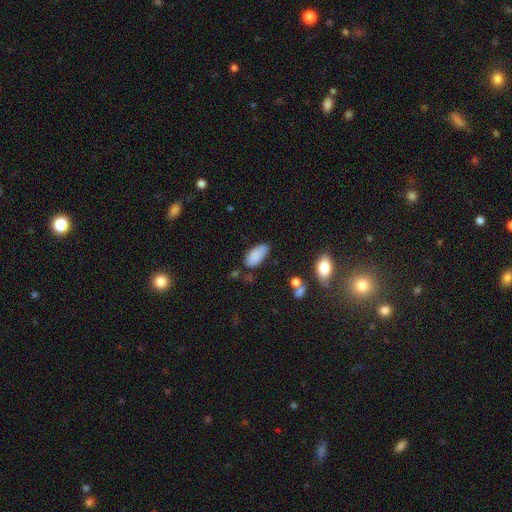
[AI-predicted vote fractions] Smooth or featured: smooth — 86% (star or artifact — 8%)
How rounded: in between — 91% (cigar-shaped — 7%)
Merging: none — 67% (minor disturbance — 25%)